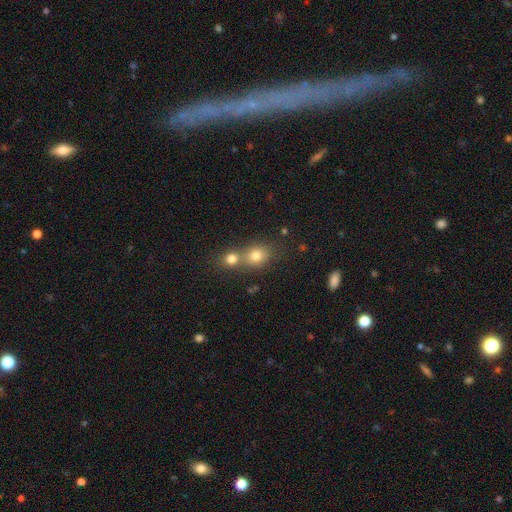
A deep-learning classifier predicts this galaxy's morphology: The model was most divided on "merging": merger: 49%, none: 41%, minor disturbance: 7%, major disturbance: 3%. More confident: smooth or featured — smooth (76%); how rounded — round (65%).